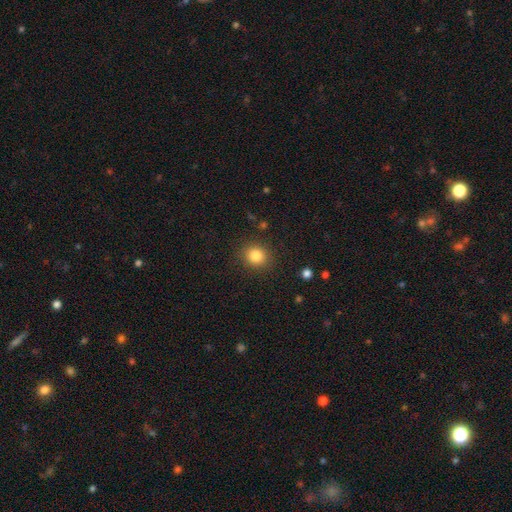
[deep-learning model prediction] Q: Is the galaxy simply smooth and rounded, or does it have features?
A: smooth — 83%.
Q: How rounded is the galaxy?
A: round — 85%.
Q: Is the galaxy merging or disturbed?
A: none — 89%.